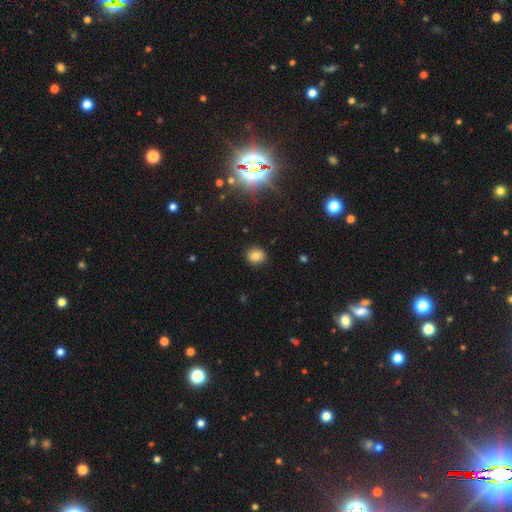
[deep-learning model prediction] Morphology: type=smooth (80%); roundness=round (73%); merging=none (90%).